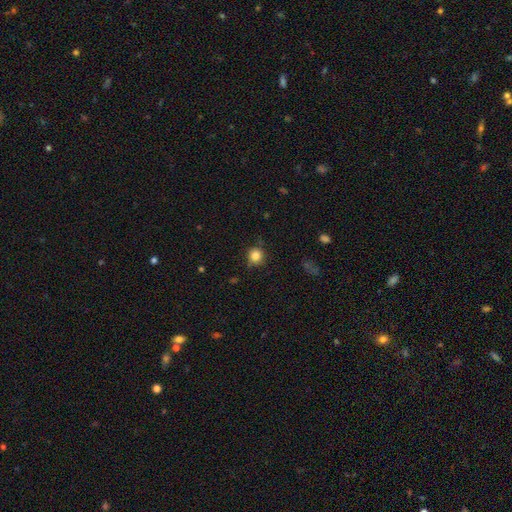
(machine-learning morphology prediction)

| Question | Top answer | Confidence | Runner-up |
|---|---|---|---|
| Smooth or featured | smooth | 83% | star or artifact (12%) |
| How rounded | round | 92% | in between (7%) |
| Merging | none | 82% | minor disturbance (13%) |